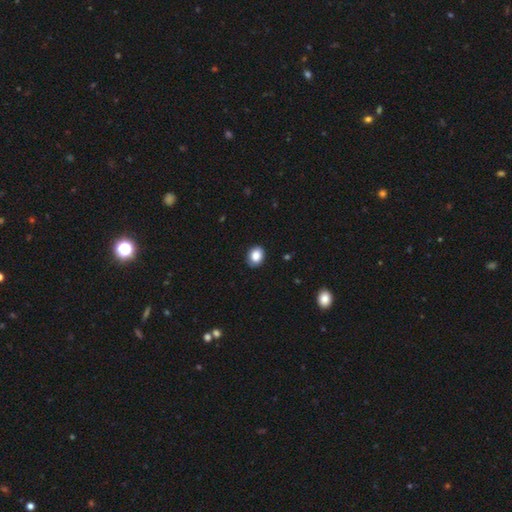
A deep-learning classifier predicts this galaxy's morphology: type=smooth (86%); roundness=in between (55%); merging=none (86%).